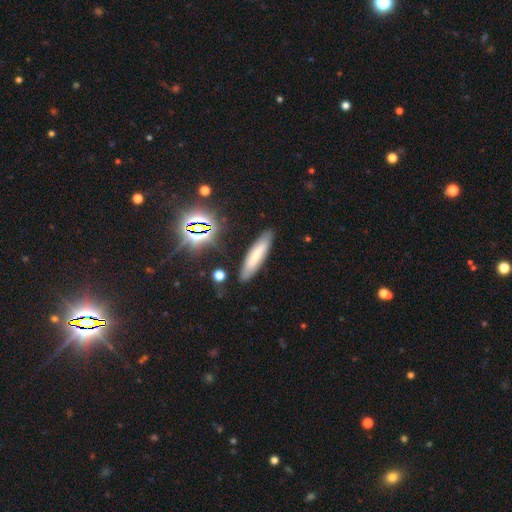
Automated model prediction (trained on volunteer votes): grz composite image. It shows a smooth galaxy with no disk features (58%) that is cigar-shaped (75%). Merging: none (85%).